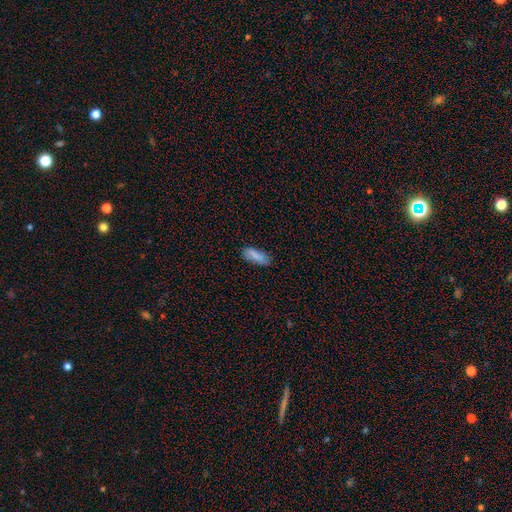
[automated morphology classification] smooth_or_featured: smooth (p=0.82) [alt: featured or disk p=0.10]
how_rounded: in between (p=0.72) [alt: cigar-shaped p=0.26]
merging: none (p=0.74) [alt: minor disturbance p=0.20]